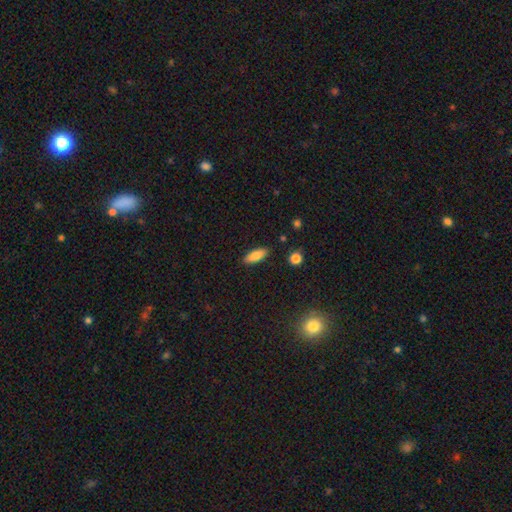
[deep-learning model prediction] Smooth or featured: smooth — 84% (featured or disk — 9%)
How rounded: in between — 72% (cigar-shaped — 26%)
Merging: none — 88% (minor disturbance — 9%)